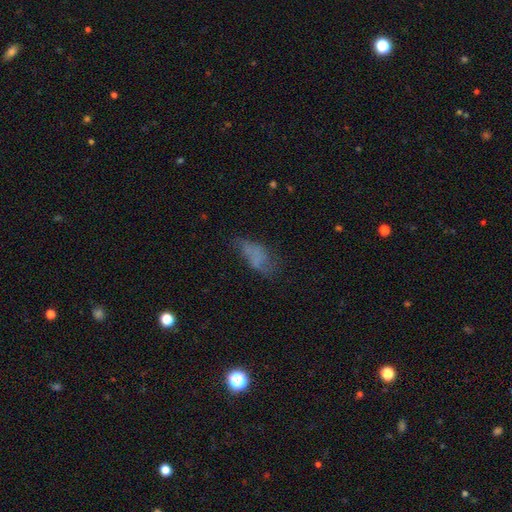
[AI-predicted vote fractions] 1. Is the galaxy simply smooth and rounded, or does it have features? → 53% smooth, 31% featured or disk, 15% star or artifact.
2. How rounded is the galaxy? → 83% in between, 12% cigar-shaped, 5% round.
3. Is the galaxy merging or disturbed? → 43% none, 27% minor disturbance, 26% major disturbance, 4% merger.